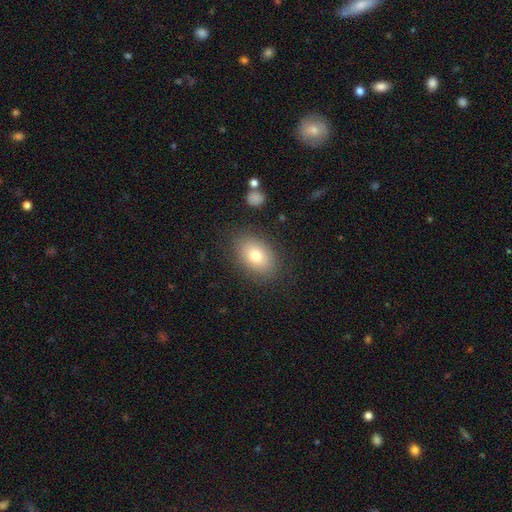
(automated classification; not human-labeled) A smooth galaxy with no disk features (77%) that is in between round and cigar-shaped (81%).

Vote fractions:
- Smooth or featured? smooth: 77% / featured or disk: 14% / star or artifact: 9%
- How rounded? in between: 81% / round: 18% / cigar-shaped: 1%
- Merging? none: 84% / minor disturbance: 11% / major disturbance: 4% / merger: 2%